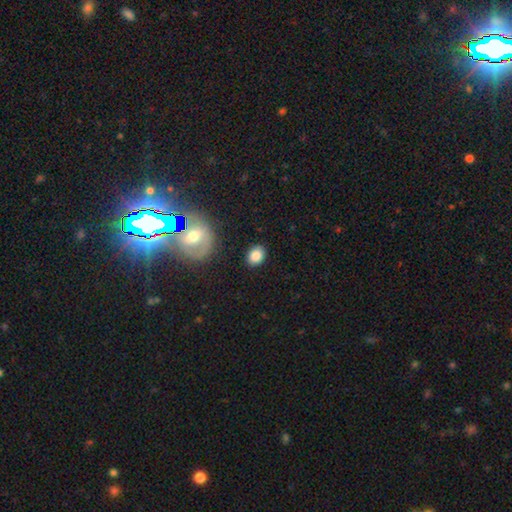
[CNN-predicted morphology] Q: Smooth or featured?
A: smooth (84%); runner-up: star or artifact (9%)
Q: How rounded?
A: in between (55%); runner-up: round (44%)
Q: Merging?
A: none (86%); runner-up: minor disturbance (9%)